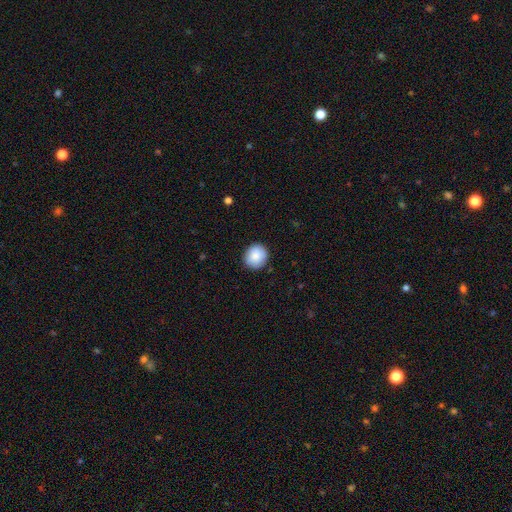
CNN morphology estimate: smooth-or-featured: smooth: 87% | star or artifact: 7% | featured or disk: 6%
  how-rounded: round: 88% | in between: 11% | cigar-shaped: 1%
  merging: none: 89% | minor disturbance: 8% | major disturbance: 2% | merger: 1%